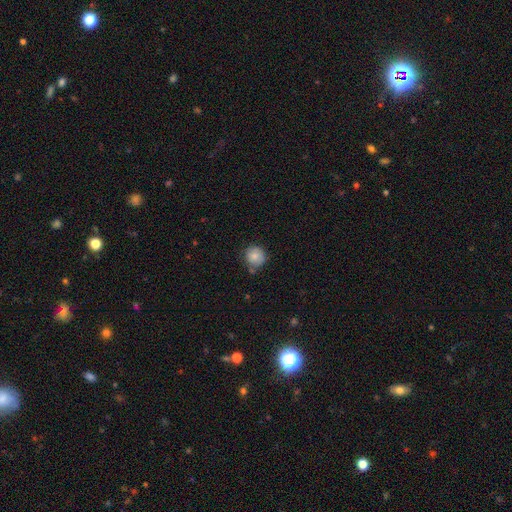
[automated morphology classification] Q: Smooth or featured?
A: smooth (82%); runner-up: featured or disk (9%)
Q: How rounded?
A: round (91%); runner-up: in between (8%)
Q: Merging?
A: none (70%); runner-up: minor disturbance (20%)